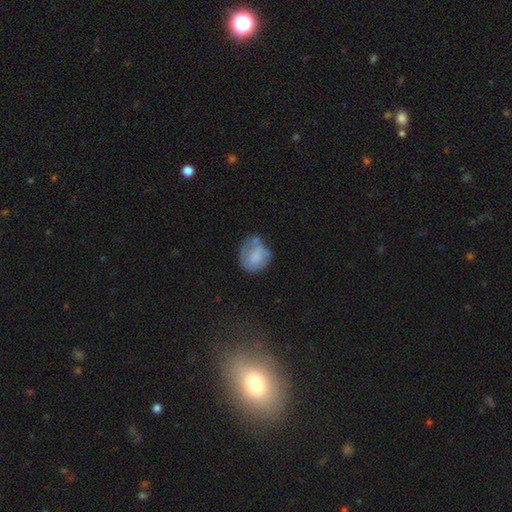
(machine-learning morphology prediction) The model was most divided on "merging": none: 44%, minor disturbance: 30%, major disturbance: 18%, merger: 8%. More confident: how rounded — round (64%); smooth or featured — smooth (62%).